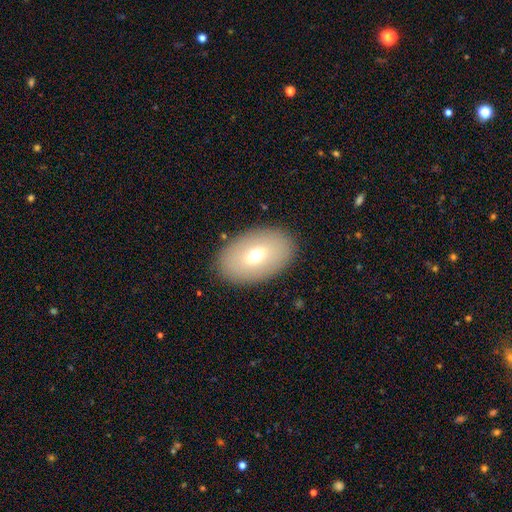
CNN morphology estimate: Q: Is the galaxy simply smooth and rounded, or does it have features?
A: smooth — 65%.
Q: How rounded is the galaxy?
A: in between — 89%.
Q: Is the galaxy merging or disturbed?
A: none — 87%.